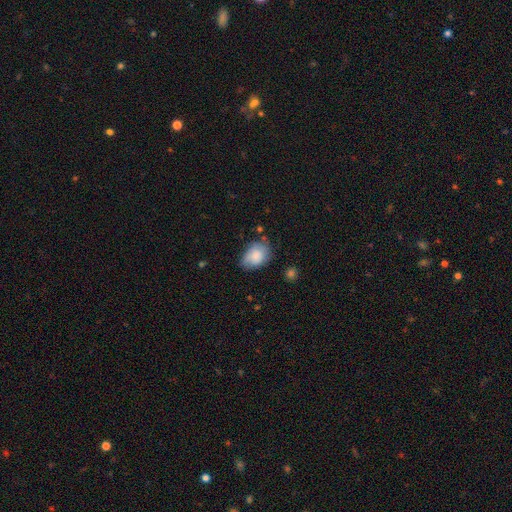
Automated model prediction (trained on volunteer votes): This is likely a smooth galaxy (76%). How rounded: likely in between (78%). Merging: possibly none (57%).